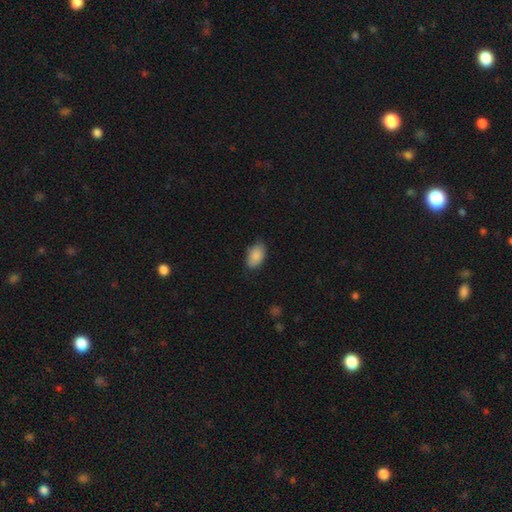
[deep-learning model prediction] Morphology: type=smooth (88%); roundness=in between (92%); merging=none (77%).